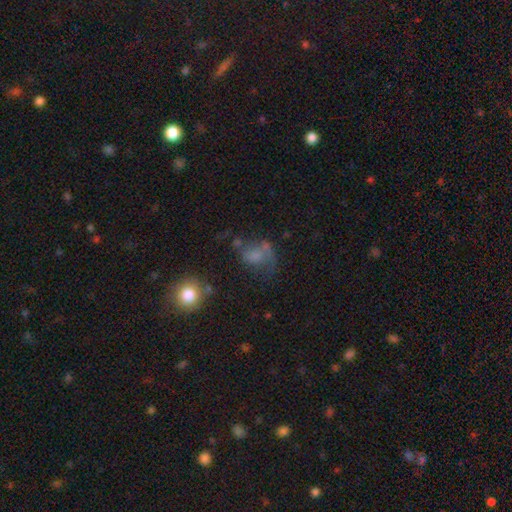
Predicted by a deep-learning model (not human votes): A smooth galaxy with no disk features (50%).

Vote fractions:
- Smooth or featured? smooth: 50% / featured or disk: 33% / star or artifact: 17%
- Merging? major disturbance: 37% / none: 30% / minor disturbance: 21% / merger: 12%